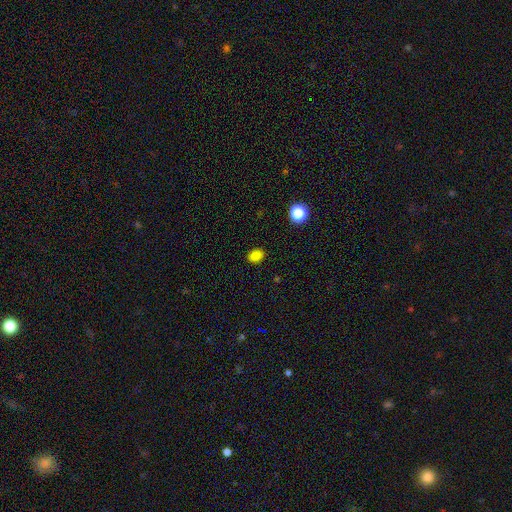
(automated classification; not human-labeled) Smooth or featured? smooth (83%)
How rounded? in between (57%)
Merging? none (89%)